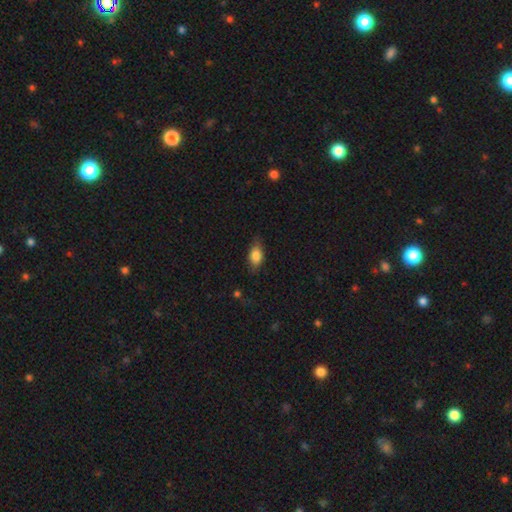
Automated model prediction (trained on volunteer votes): Smooth or featured? smooth (82%)
How rounded? in between (87%)
Merging? none (76%)